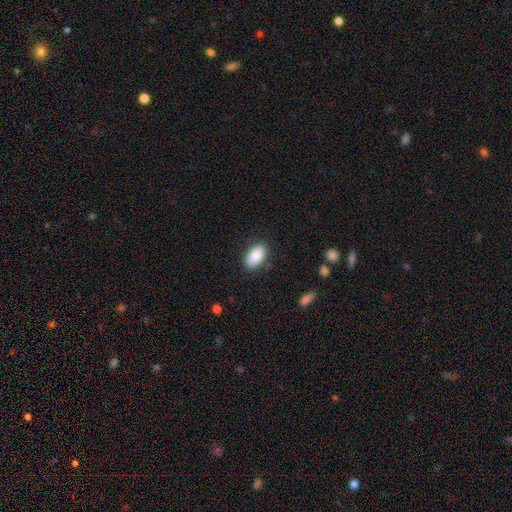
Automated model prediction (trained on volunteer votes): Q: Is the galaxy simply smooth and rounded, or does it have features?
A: smooth — 87%.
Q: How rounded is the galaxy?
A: in between — 93%.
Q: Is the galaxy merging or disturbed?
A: none — 85%.